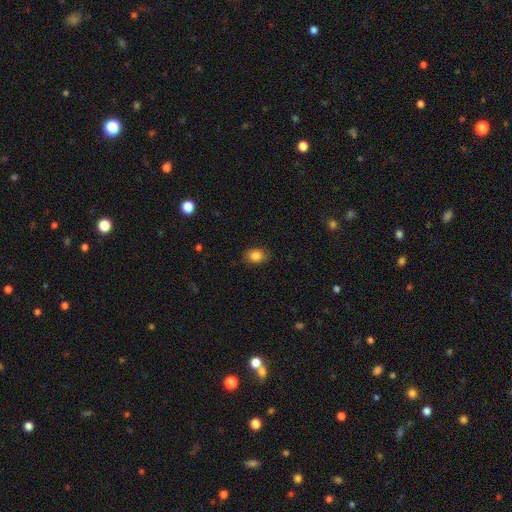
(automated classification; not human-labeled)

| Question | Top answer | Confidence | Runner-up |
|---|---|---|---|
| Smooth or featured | smooth | 85% | star or artifact (10%) |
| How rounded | in between | 63% | round (36%) |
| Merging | none | 84% | minor disturbance (13%) |